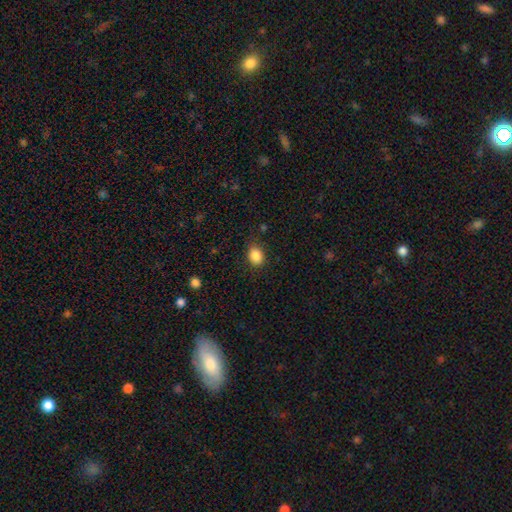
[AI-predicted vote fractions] smooth-or-featured: smooth: 87% | star or artifact: 9% | featured or disk: 4%
  how-rounded: in between: 64% | round: 35% | cigar-shaped: 1%
  merging: none: 83% | minor disturbance: 12% | major disturbance: 3% | merger: 1%